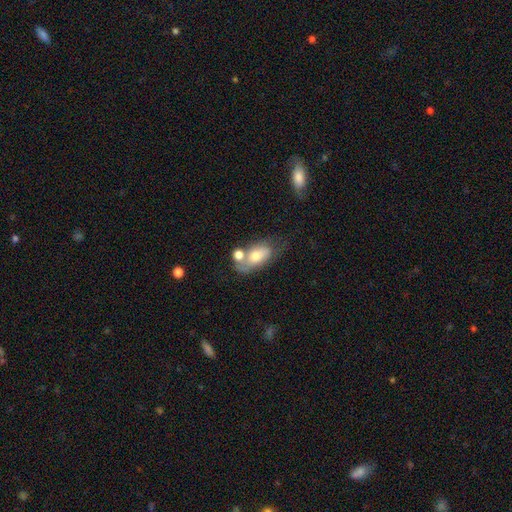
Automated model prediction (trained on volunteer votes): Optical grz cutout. It shows a smooth galaxy with no disk features (63%) that is in between round and cigar-shaped (87%). Merging: none (35%).